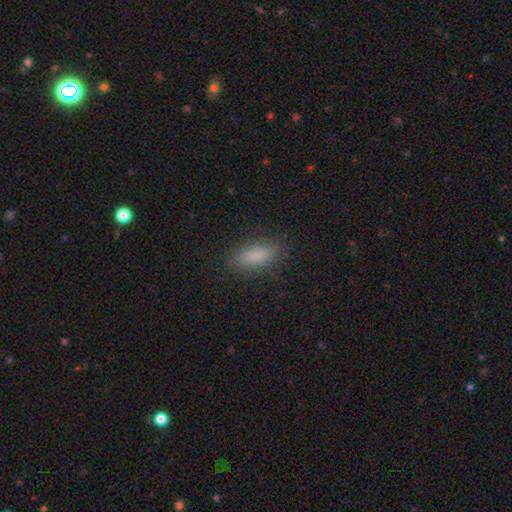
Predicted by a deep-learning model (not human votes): smooth_or_featured: smooth (p=0.85) [alt: star or artifact p=0.08]
how_rounded: in between (p=0.68) [alt: cigar-shaped p=0.30]
merging: none (p=0.86) [alt: minor disturbance p=0.10]